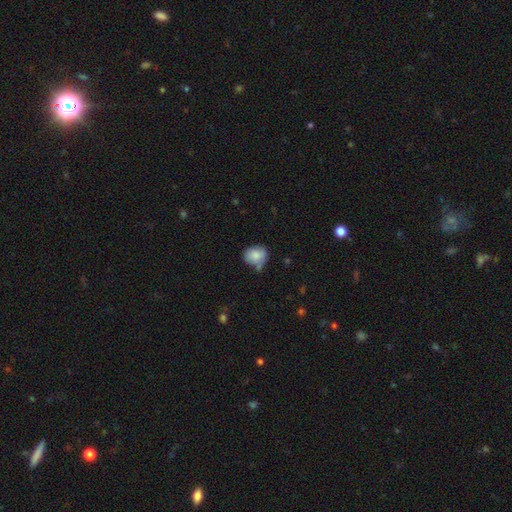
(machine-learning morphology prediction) Q: Smooth or featured?
A: smooth (81%); runner-up: featured or disk (11%)
Q: How rounded?
A: round (58%); runner-up: in between (41%)
Q: Merging?
A: none (54%); runner-up: minor disturbance (28%)